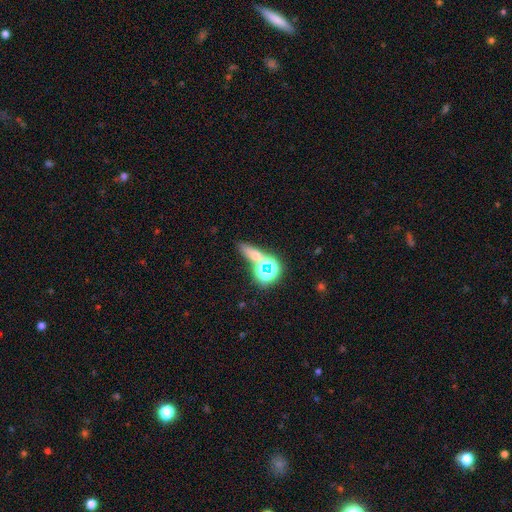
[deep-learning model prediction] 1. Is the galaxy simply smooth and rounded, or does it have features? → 50% smooth, 33% star or artifact, 17% featured or disk.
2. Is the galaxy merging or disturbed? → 61% none, 23% merger, 10% minor disturbance, 5% major disturbance.